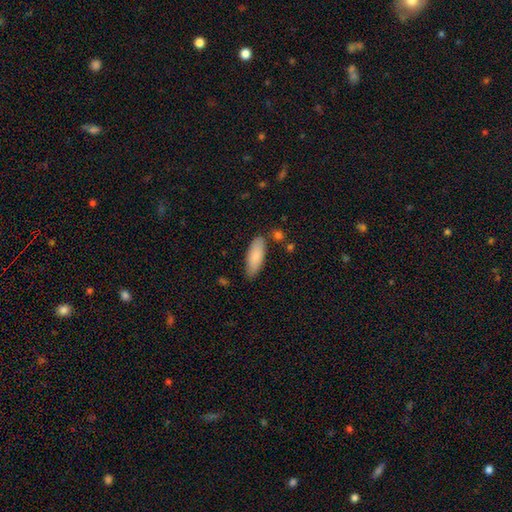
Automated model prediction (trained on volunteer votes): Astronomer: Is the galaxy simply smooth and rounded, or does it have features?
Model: smooth — 85%.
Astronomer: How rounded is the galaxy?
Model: in between — 68%.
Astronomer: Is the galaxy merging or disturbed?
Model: none — 79%.